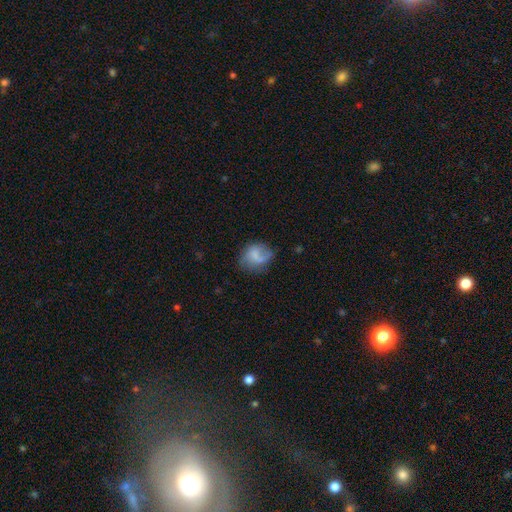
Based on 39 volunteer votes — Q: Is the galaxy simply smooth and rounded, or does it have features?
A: smooth — 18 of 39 (46%).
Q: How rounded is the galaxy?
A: round — 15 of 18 (83%).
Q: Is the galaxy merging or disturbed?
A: minor disturbance — 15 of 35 (43%).